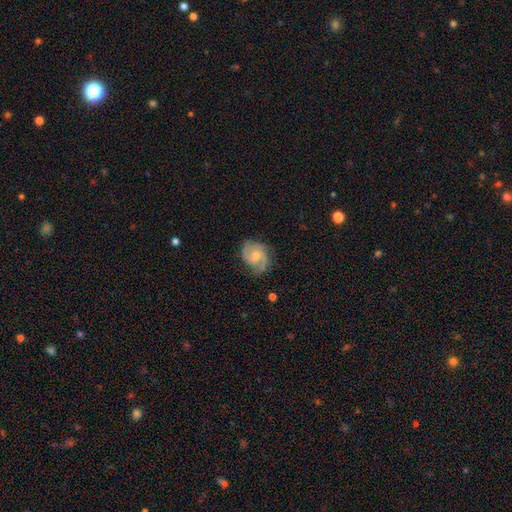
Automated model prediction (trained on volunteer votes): Smooth or featured? featured or disk (77%)
Edge-on disk? no (98%)
Bar? no (62%)
Spiral arms? yes (95%)
Spiral winding? medium (49%)
Spiral arm count? 2 (60%)
Bulge size? small (48%)
Merging? none (69%)